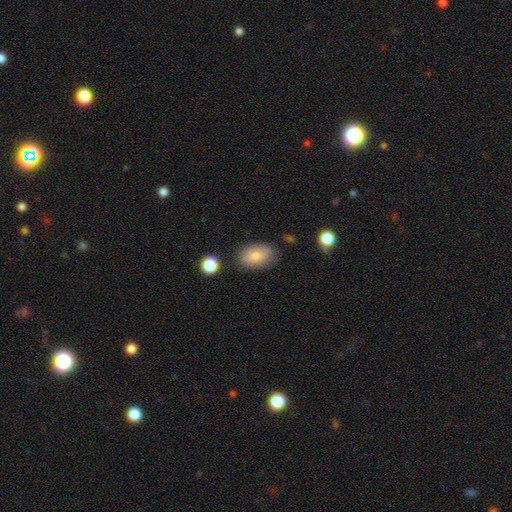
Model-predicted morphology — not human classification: Overall: smooth (79%). How rounded: in between (88%). Merging: none (77%).